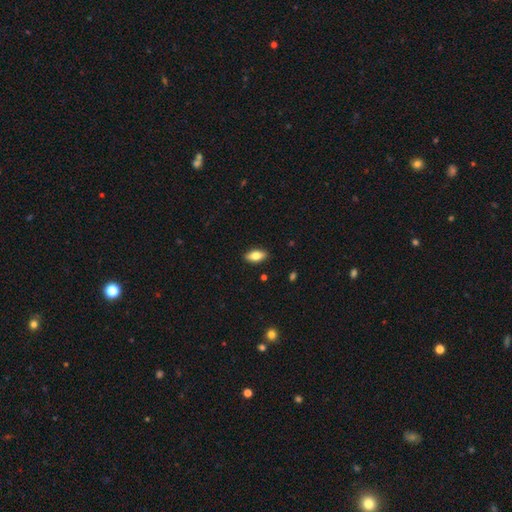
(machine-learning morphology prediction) This is likely a smooth galaxy (75%). How rounded: clearly in between (88%). Merging: clearly none (89%).